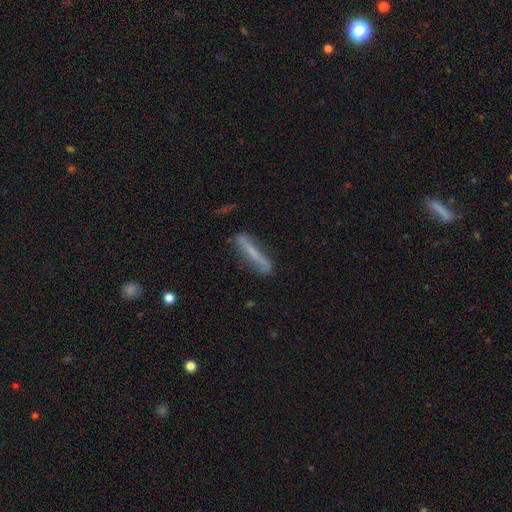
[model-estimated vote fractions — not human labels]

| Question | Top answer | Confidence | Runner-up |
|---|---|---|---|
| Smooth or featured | smooth | 51% | featured or disk (41%) |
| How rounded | cigar-shaped | 91% | in between (7%) |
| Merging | none | 68% | minor disturbance (21%) |